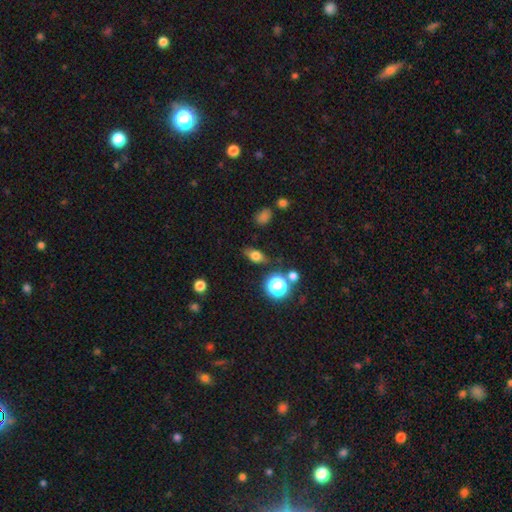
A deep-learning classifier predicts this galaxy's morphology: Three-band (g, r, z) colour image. It shows a smooth galaxy with no disk features (69%) that is in between round and cigar-shaped (71%). Merging: none (80%).